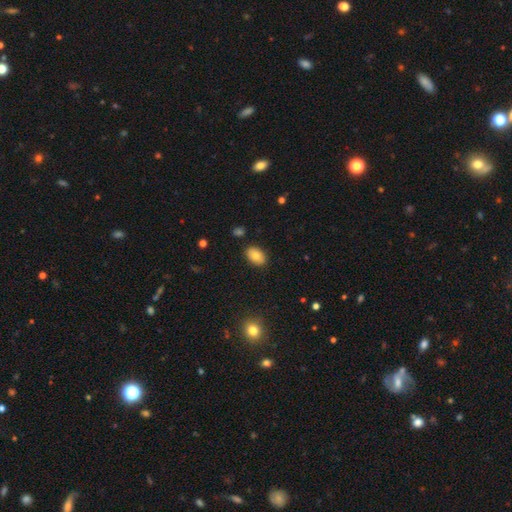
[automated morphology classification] smooth-or-featured: smooth: 83% | featured or disk: 8% | star or artifact: 8%
  how-rounded: in between: 90% | round: 8% | cigar-shaped: 1%
  merging: none: 87% | minor disturbance: 9% | major disturbance: 2% | merger: 2%